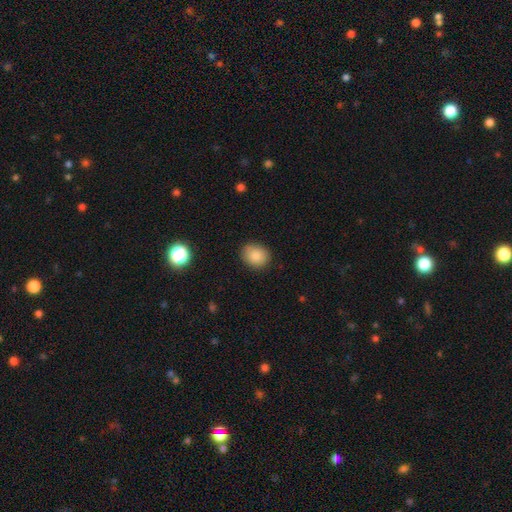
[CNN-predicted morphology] Smooth or featured? Predicted: smooth (p=0.85). How rounded? Predicted: round (p=0.61). Merging? Predicted: none (p=0.86).